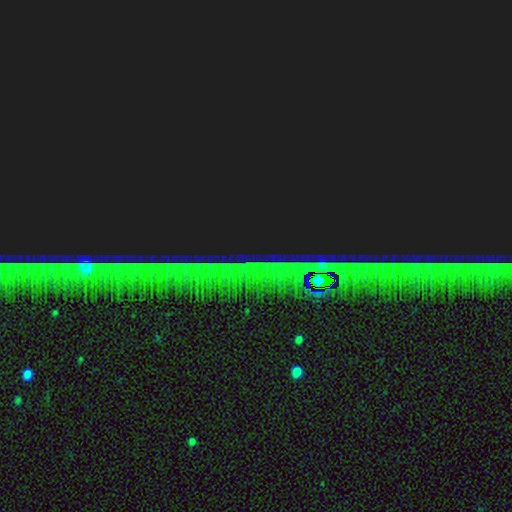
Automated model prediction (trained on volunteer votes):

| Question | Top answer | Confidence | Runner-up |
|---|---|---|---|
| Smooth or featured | star or artifact | 86% | featured or disk (8%) |